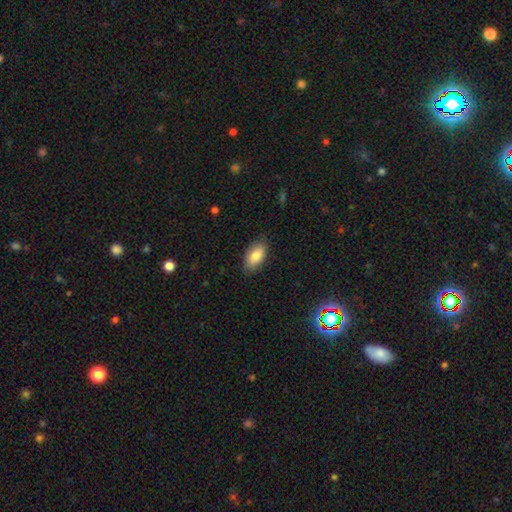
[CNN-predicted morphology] The model was most divided on "merging": none: 85%, minor disturbance: 12%, major disturbance: 2%, merger: 1%. More confident: how rounded — in between (92%); smooth or featured — smooth (84%).